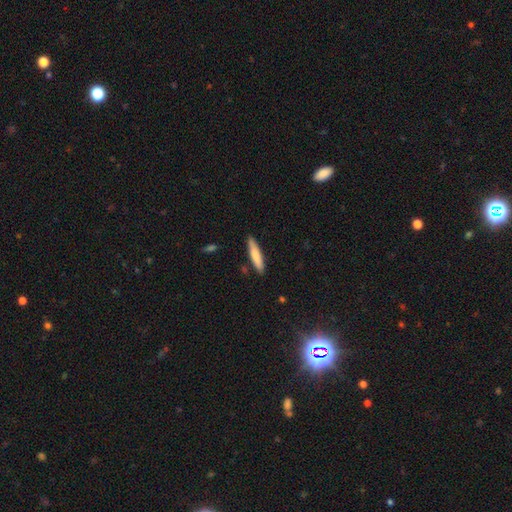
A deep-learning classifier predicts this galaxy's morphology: A smooth galaxy with no disk features (77%) that is cigar-shaped (86%).

Vote fractions:
- Smooth or featured? smooth: 77% / featured or disk: 18% / star or artifact: 5%
- How rounded? cigar-shaped: 86% / in between: 12% / round: 1%
- Merging? none: 86% / minor disturbance: 10% / merger: 2% / major disturbance: 2%